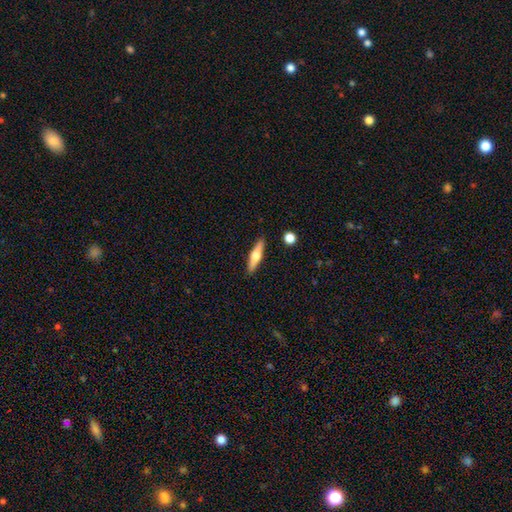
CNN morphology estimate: The model was most divided on "smooth or featured": featured or disk: 50%, smooth: 44%, star or artifact: 6%. More confident: merging — none (89%).